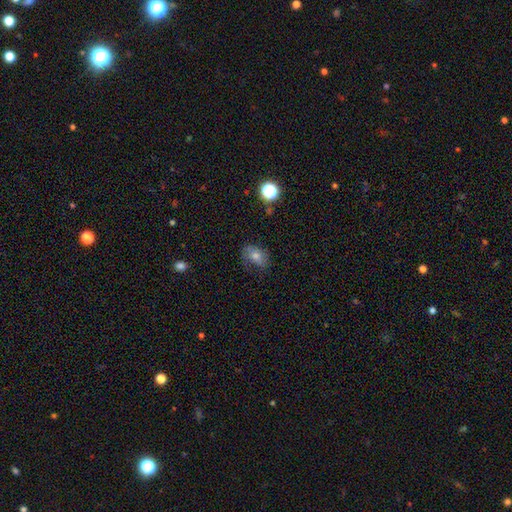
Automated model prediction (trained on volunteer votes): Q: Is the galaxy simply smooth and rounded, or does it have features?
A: smooth — 46%.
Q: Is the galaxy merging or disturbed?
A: none — 61%.